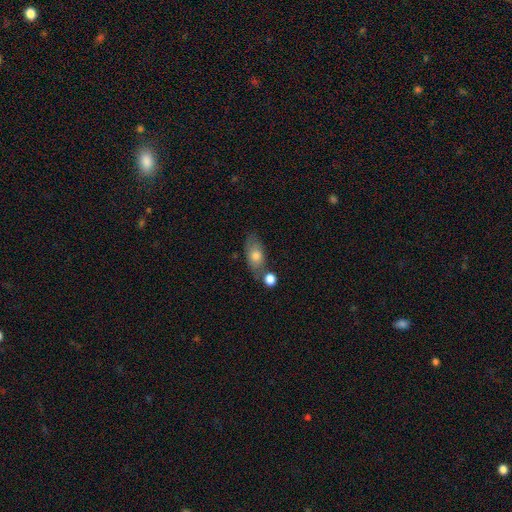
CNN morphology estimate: A smooth galaxy with no disk features (70%) that is in between round and cigar-shaped (82%).

Vote fractions:
- Smooth or featured? smooth: 70% / featured or disk: 23% / star or artifact: 8%
- How rounded? in between: 82% / round: 10% / cigar-shaped: 8%
- Merging? none: 58% / minor disturbance: 18% / merger: 18% / major disturbance: 6%